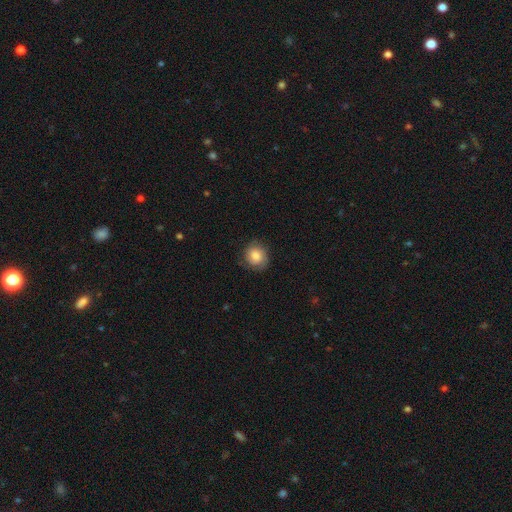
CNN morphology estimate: smooth 72%, featured or disk 20%, star or artifact 8%. Down the decision tree: how rounded — round (76%); merging — none (78%).